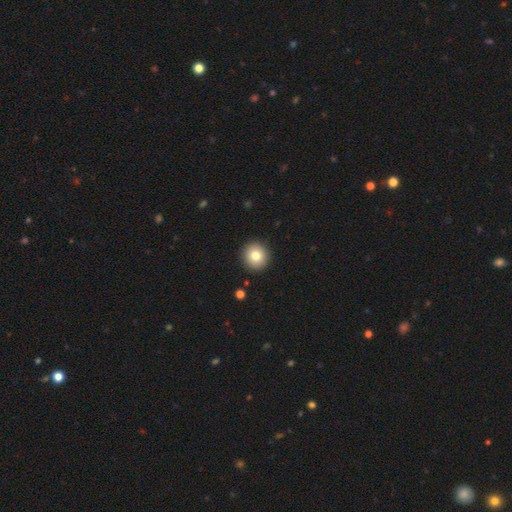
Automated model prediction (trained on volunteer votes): Q: Smooth or featured?
A: smooth (80%); runner-up: featured or disk (11%)
Q: How rounded?
A: round (92%); runner-up: in between (7%)
Q: Merging?
A: none (92%); runner-up: minor disturbance (5%)